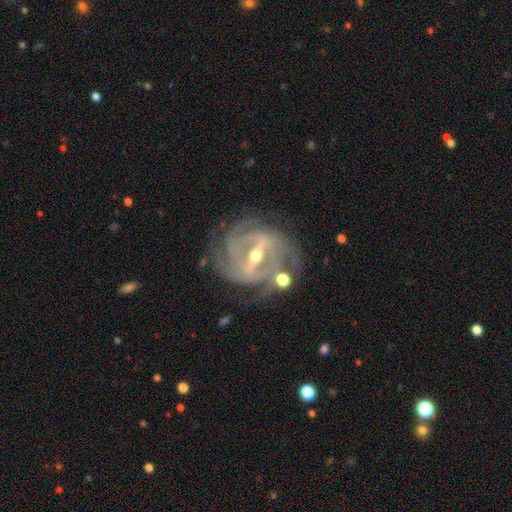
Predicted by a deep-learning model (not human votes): Q: Smooth or featured?
A: featured or disk (92%); runner-up: star or artifact (5%)
Q: Edge-on disk?
A: no (96%); runner-up: yes (4%)
Q: Bar?
A: strong (74%); runner-up: weak (20%)
Q: Spiral arms?
A: yes (96%); runner-up: no (4%)
Q: Spiral winding?
A: tight (62%); runner-up: medium (31%)
Q: Spiral arm count?
A: 3 (31%); runner-up: 2 (25%)
Q: Bulge size?
A: moderate (62%); runner-up: small (34%)
Q: Merging?
A: none (68%); runner-up: minor disturbance (17%)